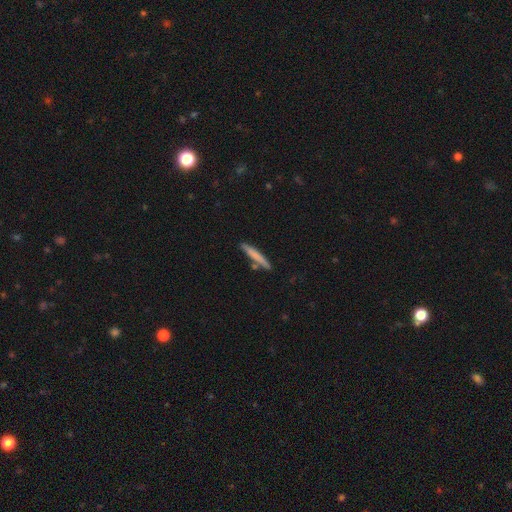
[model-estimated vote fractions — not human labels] smooth-or-featured: smooth: 71% | featured or disk: 24% | star or artifact: 6%
  how-rounded: cigar-shaped: 94% | in between: 4% | round: 1%
  merging: none: 79% | minor disturbance: 11% | merger: 7% | major disturbance: 2%